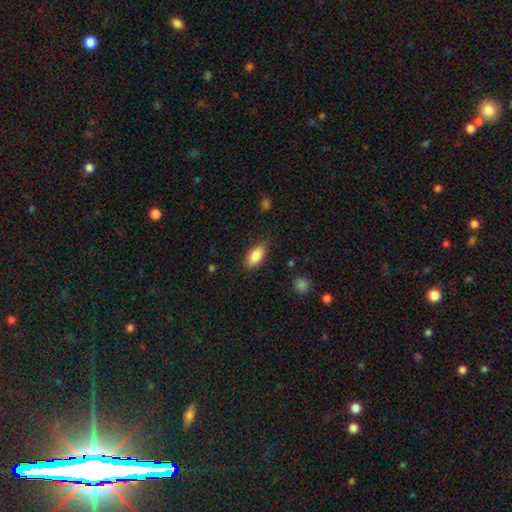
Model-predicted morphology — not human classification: A smooth galaxy with no disk features (84%) that is in between round and cigar-shaped (88%). Merging: none (84%).